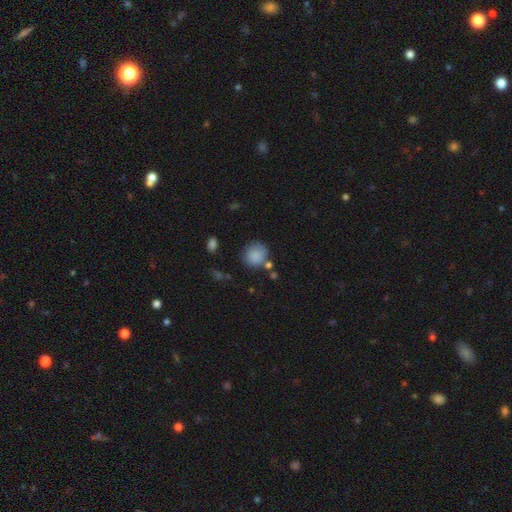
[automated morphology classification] The model was most divided on "merging": none: 70%, minor disturbance: 16%, merger: 8%, major disturbance: 5%. More confident: smooth or featured — smooth (86%); how rounded — round (86%).